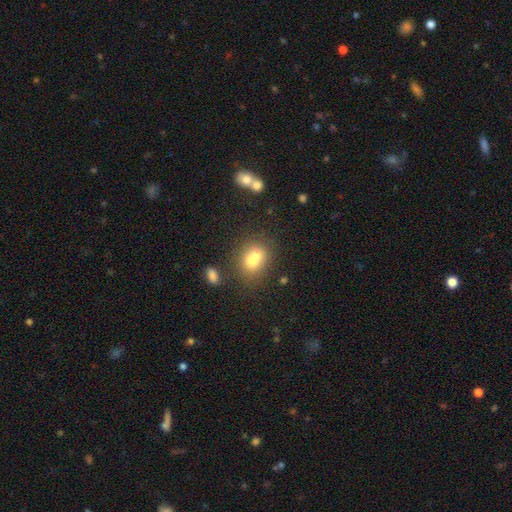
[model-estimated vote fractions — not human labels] A smooth galaxy with no disk features (68%) that is in between round and cigar-shaped (52%).

Vote fractions:
- Smooth or featured? smooth: 68% / featured or disk: 21% / star or artifact: 11%
- How rounded? in between: 52% / round: 46% / cigar-shaped: 2%
- Merging? merger: 49% / none: 34% / minor disturbance: 11% / major disturbance: 5%